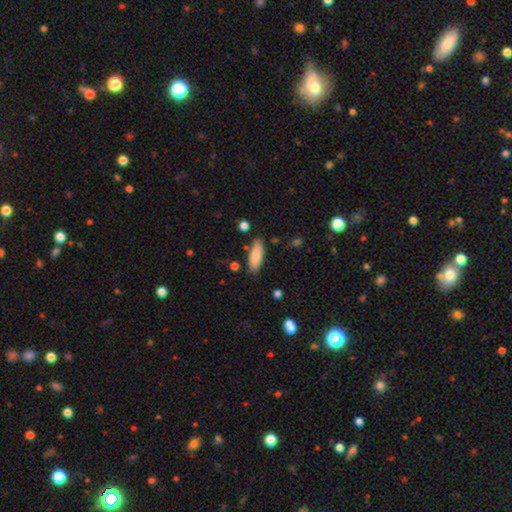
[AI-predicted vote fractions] A smooth galaxy with no disk features (83%) that is in between round and cigar-shaped (64%).

Vote fractions:
- Smooth or featured? smooth: 83% / featured or disk: 11% / star or artifact: 6%
- How rounded? in between: 64% / cigar-shaped: 34% / round: 2%
- Merging? none: 82% / minor disturbance: 12% / merger: 3% / major disturbance: 3%